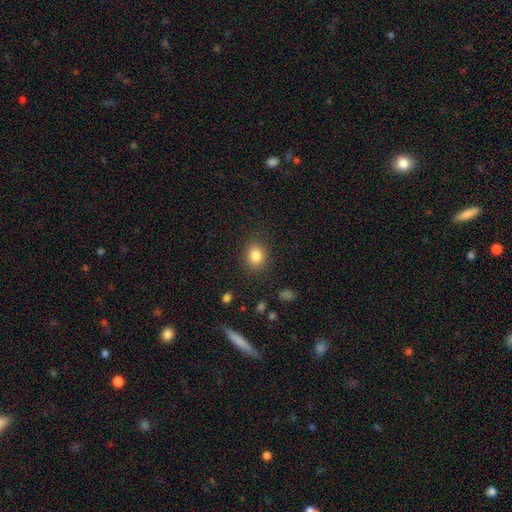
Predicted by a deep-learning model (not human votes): Smooth or featured?
  - smooth: 83% *
  - star or artifact: 11%
  - featured or disk: 6%
How rounded?
  - round: 66% *
  - in between: 34%
  - cigar-shaped: 1%
Merging?
  - none: 87% *
  - minor disturbance: 9%
  - major disturbance: 3%
  - merger: 1%